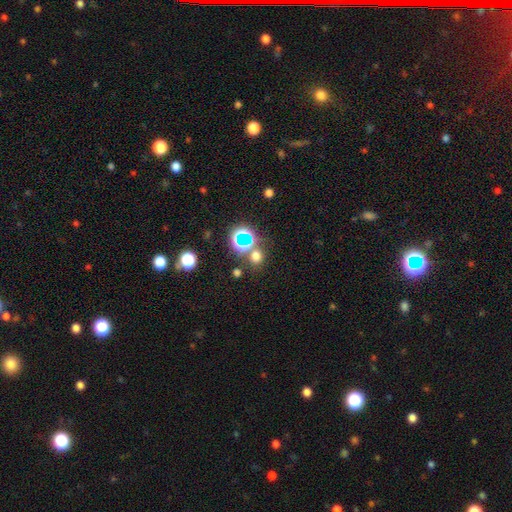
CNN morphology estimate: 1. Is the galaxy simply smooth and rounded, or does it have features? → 63% smooth, 30% star or artifact, 7% featured or disk.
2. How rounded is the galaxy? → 82% round, 16% in between, 1% cigar-shaped.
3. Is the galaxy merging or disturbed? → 71% none, 18% merger, 8% minor disturbance, 4% major disturbance.